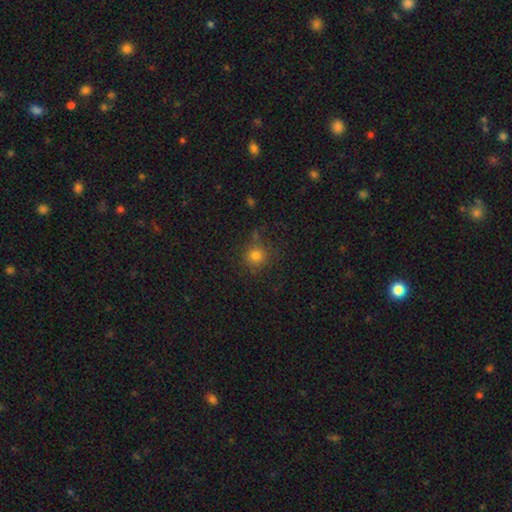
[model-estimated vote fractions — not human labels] smooth 78%, star or artifact 16%, featured or disk 7%. Down the decision tree: how rounded — round (92%); merging — none (81%).